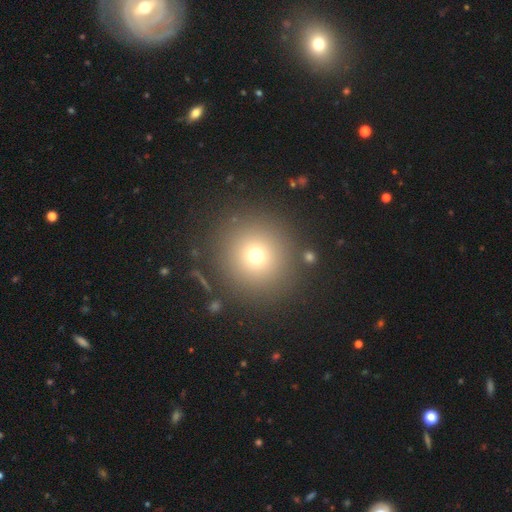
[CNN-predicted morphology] type=smooth (70%); roundness=round (94%); merging=none (87%).